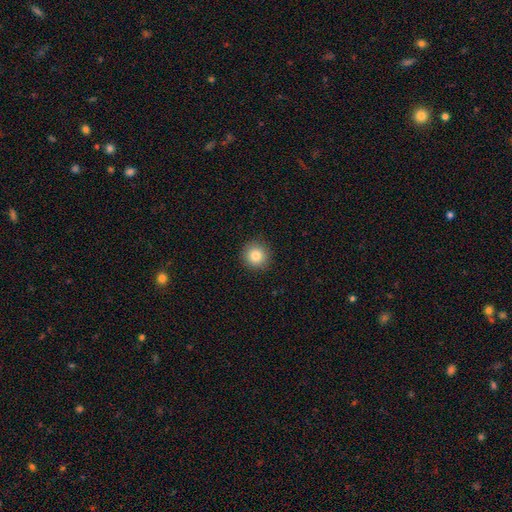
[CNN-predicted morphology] smooth 83%, star or artifact 10%, featured or disk 7%. Down the decision tree: how rounded — round (94%); merging — none (91%).